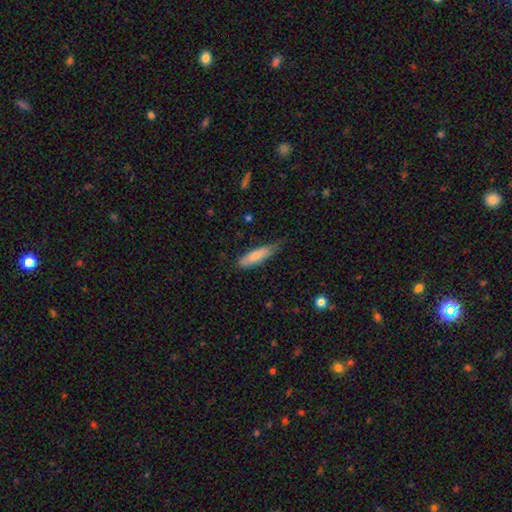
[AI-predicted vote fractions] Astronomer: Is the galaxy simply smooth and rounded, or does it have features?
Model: smooth — 79%.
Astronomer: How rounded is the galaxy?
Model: cigar-shaped — 65%.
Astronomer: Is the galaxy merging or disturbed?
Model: none — 62%.